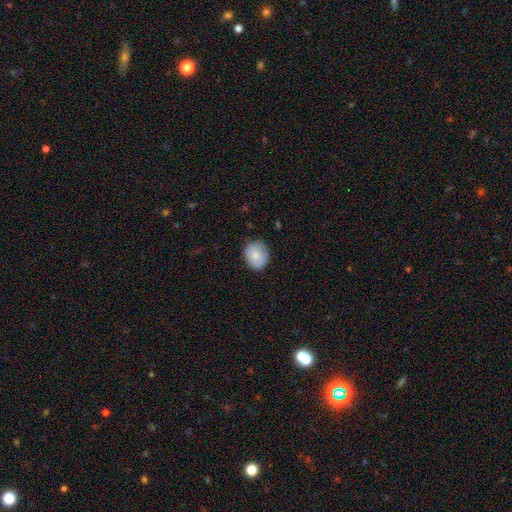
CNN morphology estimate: smooth 79%, featured or disk 14%, star or artifact 7%. Down the decision tree: how rounded — round (62%); merging — none (79%).